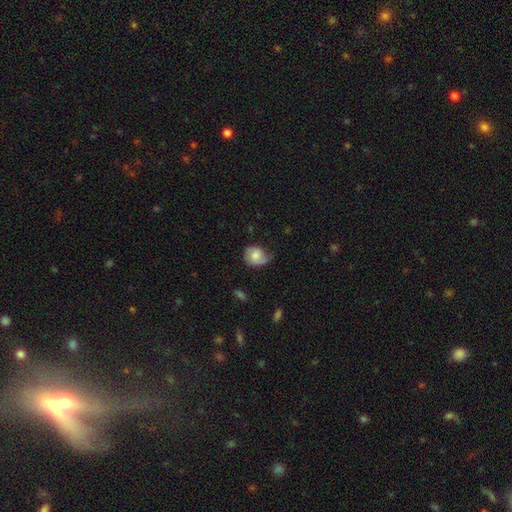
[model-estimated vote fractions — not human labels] This is possibly a smooth galaxy (56%). How rounded: possibly round (58%). Merging: marginally none (42%).